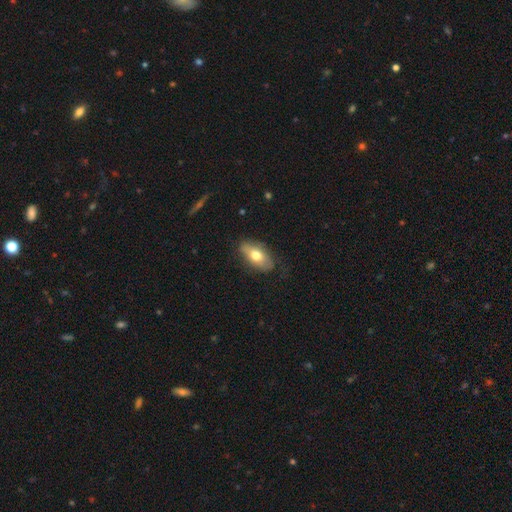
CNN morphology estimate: This is likely a smooth galaxy (68%). How rounded: clearly in between (88%). Merging: likely none (76%).